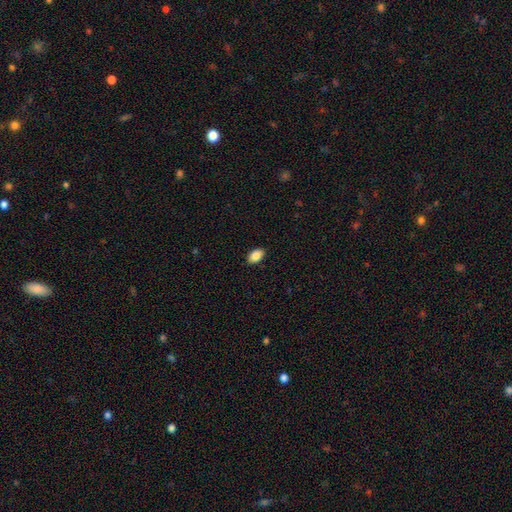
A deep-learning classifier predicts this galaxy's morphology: Smooth or featured? smooth (87%)
How rounded? in between (91%)
Merging? none (90%)